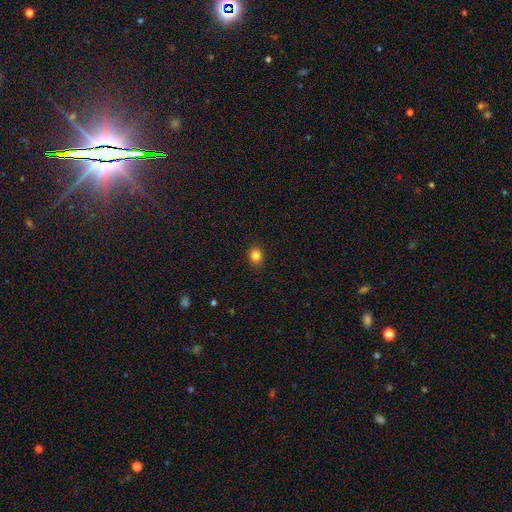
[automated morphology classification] smooth_or_featured: smooth (p=0.83) [alt: star or artifact p=0.12]
how_rounded: round (p=0.75) [alt: in between p=0.24]
merging: none (p=0.90) [alt: minor disturbance p=0.07]